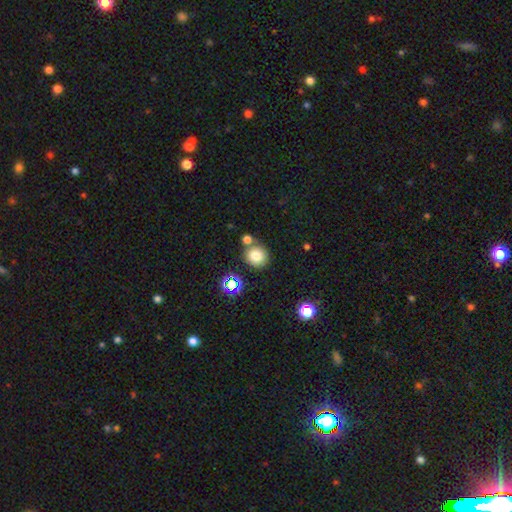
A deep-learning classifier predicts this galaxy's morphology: smooth-or-featured: smooth: 76% | star or artifact: 16% | featured or disk: 9%
  how-rounded: round: 85% | in between: 14% | cigar-shaped: 1%
  merging: none: 70% | merger: 17% | minor disturbance: 10% | major disturbance: 3%